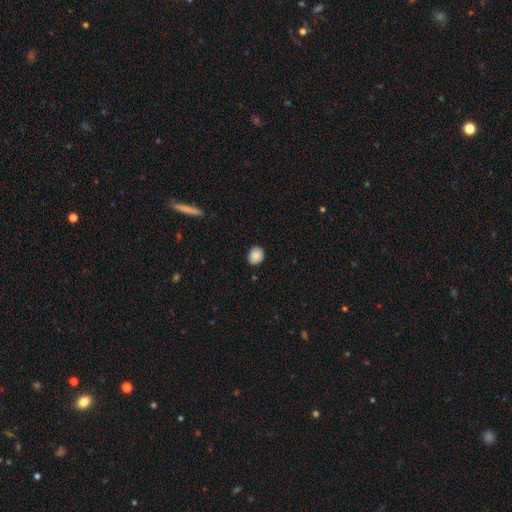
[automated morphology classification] This is clearly a smooth galaxy (87%). How rounded: likely round (64%). Merging: clearly none (89%).